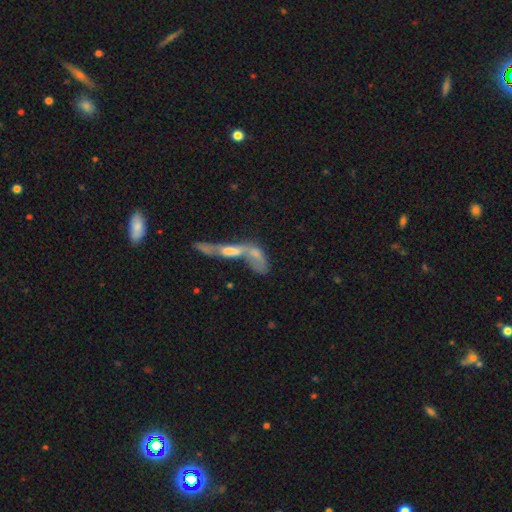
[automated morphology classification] Smooth or featured? Predicted: smooth (p=0.45). Merging? Predicted: merger (p=0.67).